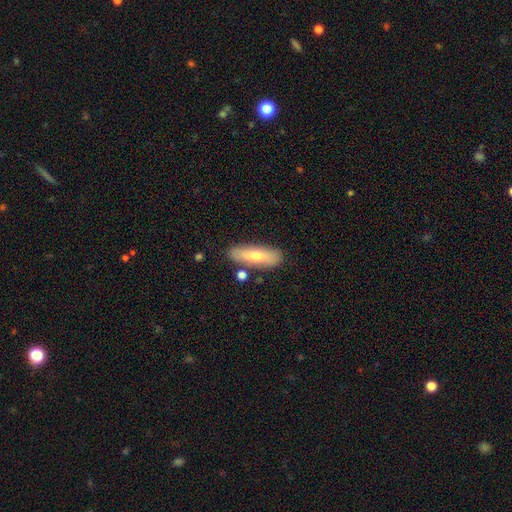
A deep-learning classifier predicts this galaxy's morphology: Smooth or featured?
  - smooth: 62% *
  - featured or disk: 31%
  - star or artifact: 7%
How rounded?
  - in between: 51% *
  - cigar-shaped: 46%
  - round: 3%
Merging?
  - none: 81% *
  - minor disturbance: 12%
  - merger: 5%
  - major disturbance: 3%